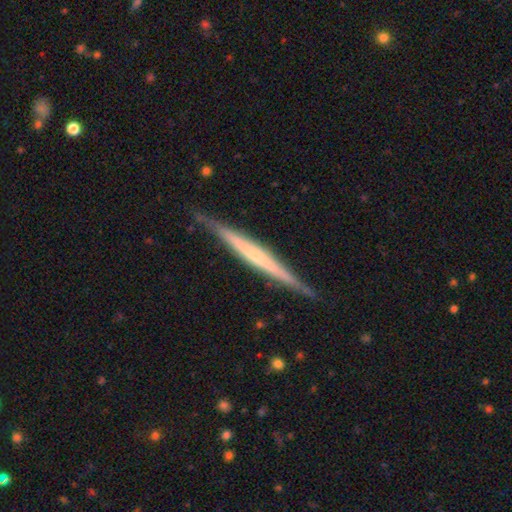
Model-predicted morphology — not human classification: Smooth or featured: featured or disk — 66% (smooth — 29%)
Edge-on disk: yes — 98% (no — 2%)
Edge-on bulge: none — 71% (rounded — 17%)
Merging: none — 88% (minor disturbance — 9%)